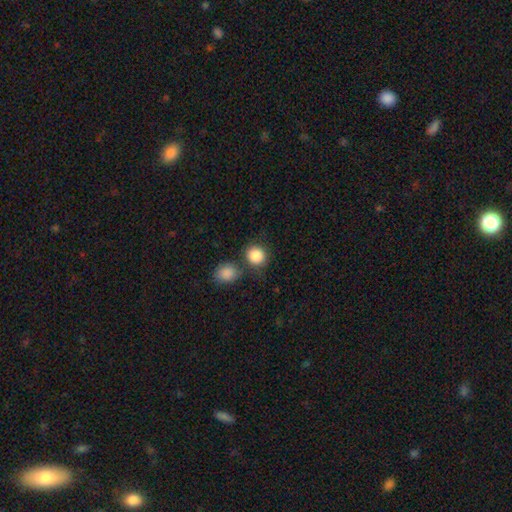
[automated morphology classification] A smooth galaxy with no disk features (88%) that is round (81%).

Vote fractions:
- Smooth or featured? smooth: 88% / star or artifact: 8% / featured or disk: 4%
- How rounded? round: 81% / in between: 18% / cigar-shaped: 1%
- Merging? none: 68% / merger: 17% / minor disturbance: 11% / major disturbance: 4%